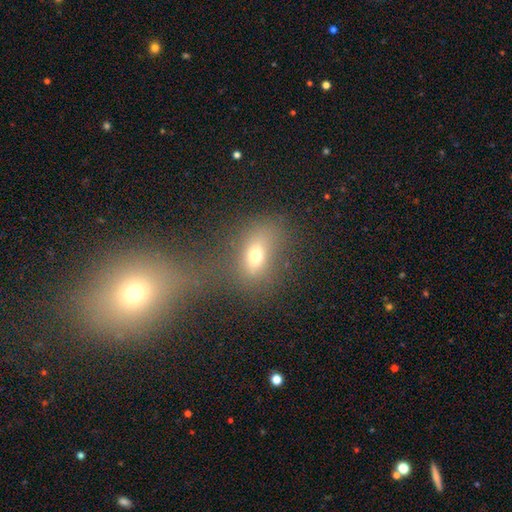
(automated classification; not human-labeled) A smooth galaxy with no disk features (67%) that is in between round and cigar-shaped (67%).

Vote fractions:
- Smooth or featured? smooth: 67% / star or artifact: 18% / featured or disk: 15%
- How rounded? in between: 67% / round: 29% / cigar-shaped: 5%
- Merging? none: 55% / merger: 18% / minor disturbance: 14% / major disturbance: 12%